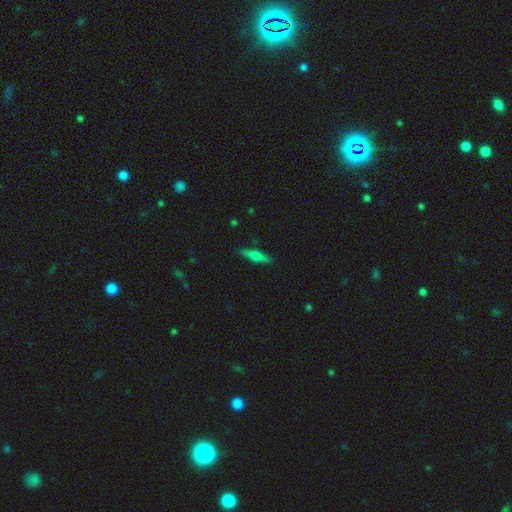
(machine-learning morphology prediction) This appears to be a smooth galaxy with no disk features (53%) that is cigar-shaped (74%). Merging: none (87%).